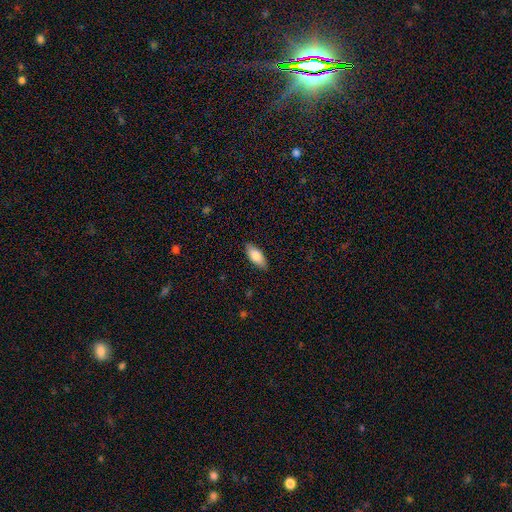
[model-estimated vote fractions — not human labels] This appears to be a smooth galaxy with no disk features (82%) that is in between round and cigar-shaped (82%). Merging: none (86%).